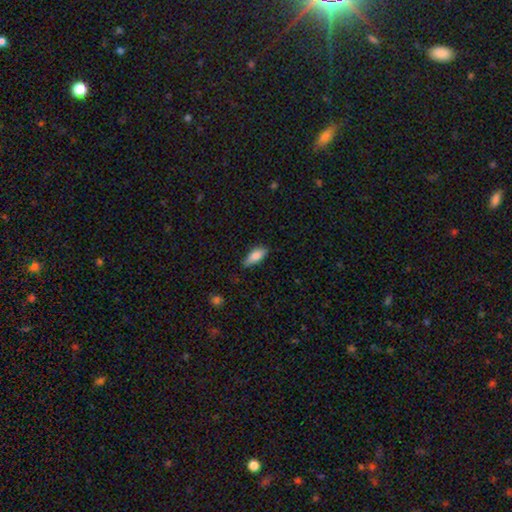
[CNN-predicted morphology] type=smooth (81%); roundness=in between (76%); merging=none (75%).